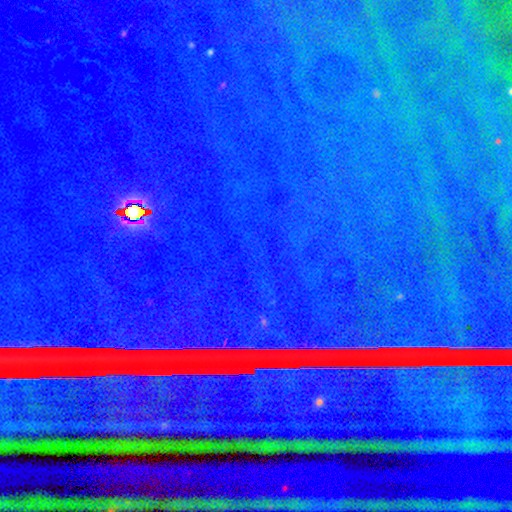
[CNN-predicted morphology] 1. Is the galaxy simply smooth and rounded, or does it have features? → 88% star or artifact, 6% featured or disk, 6% smooth.